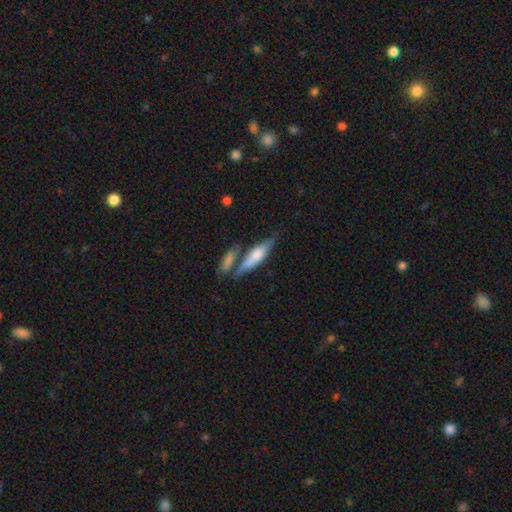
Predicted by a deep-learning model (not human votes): This appears to be a smooth galaxy with no disk features (50%) that is cigar-shaped (64%). Merging: none (53%).